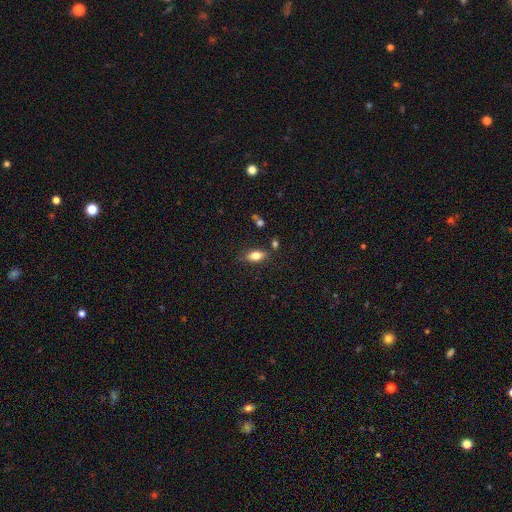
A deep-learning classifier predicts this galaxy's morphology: smooth_or_featured: smooth (p=0.77) [alt: featured or disk p=0.15]
how_rounded: in between (p=0.86) [alt: cigar-shaped p=0.10]
merging: none (p=0.80) [alt: minor disturbance p=0.13]